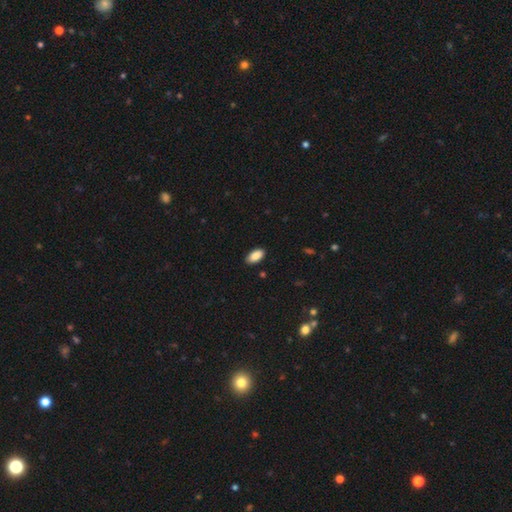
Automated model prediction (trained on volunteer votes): Overall: smooth (89%). How rounded: in between (94%). Merging: none (88%).